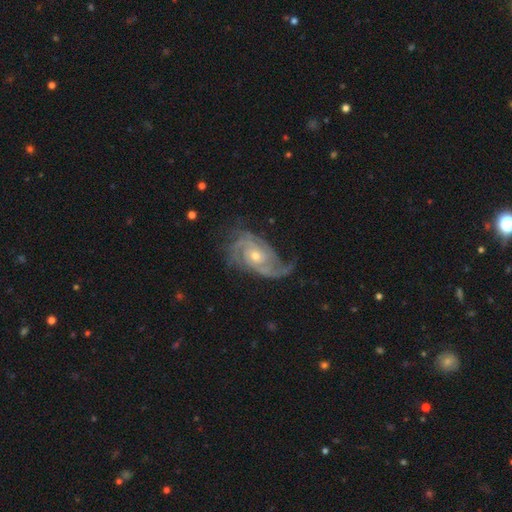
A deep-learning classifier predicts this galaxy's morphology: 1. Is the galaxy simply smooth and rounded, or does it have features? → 90% featured or disk, 5% star or artifact, 5% smooth.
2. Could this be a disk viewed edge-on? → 97% no, 3% yes.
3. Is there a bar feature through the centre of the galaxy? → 69% no, 25% weak, 6% strong.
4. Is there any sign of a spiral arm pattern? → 98% yes, 2% no.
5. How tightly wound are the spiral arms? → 49% tight, 39% medium, 12% loose.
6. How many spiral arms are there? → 33% 3, 32% 2, 15% can't tell, 9% 4, 6% 1, 5% more than 4.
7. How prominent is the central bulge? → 49% moderate, 48% small, 2% large, 1% none, 1% dominant.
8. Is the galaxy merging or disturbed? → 62% none, 22% minor disturbance, 14% major disturbance, 2% merger.